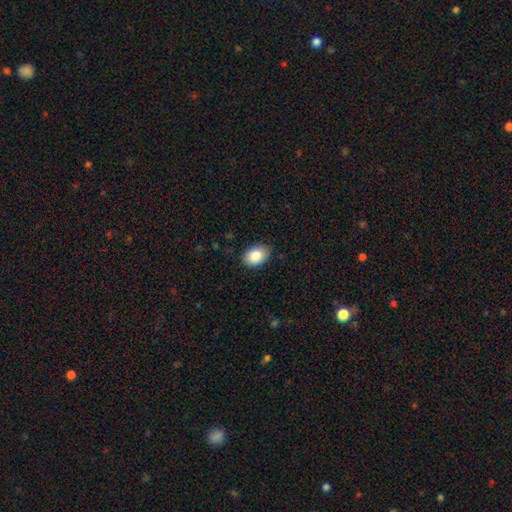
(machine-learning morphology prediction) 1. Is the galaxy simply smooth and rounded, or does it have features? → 85% smooth, 8% featured or disk, 7% star or artifact.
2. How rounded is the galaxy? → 82% in between, 17% round, 1% cigar-shaped.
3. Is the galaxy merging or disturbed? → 86% none, 11% minor disturbance, 2% major disturbance, 1% merger.